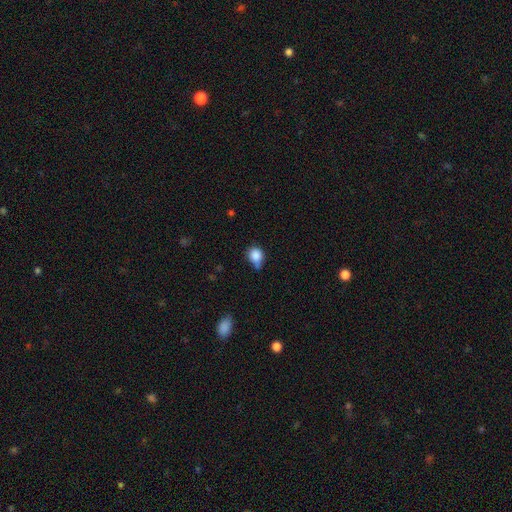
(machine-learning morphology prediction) This appears to be a smooth galaxy with no disk features (85%) that is round (69%). Merging: none (43%).